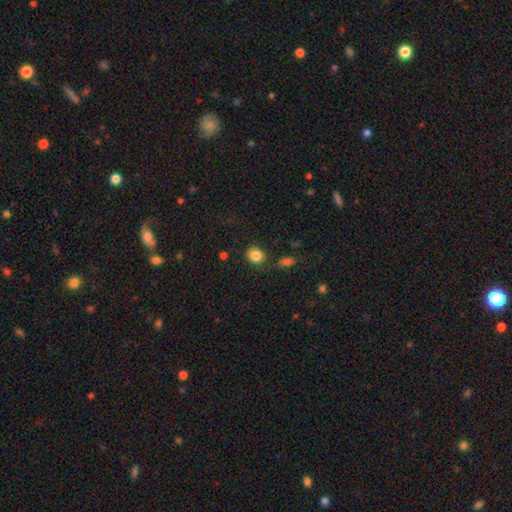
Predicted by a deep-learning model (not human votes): A smooth galaxy with no disk features (85%) that is round (72%). Merging: none (80%).